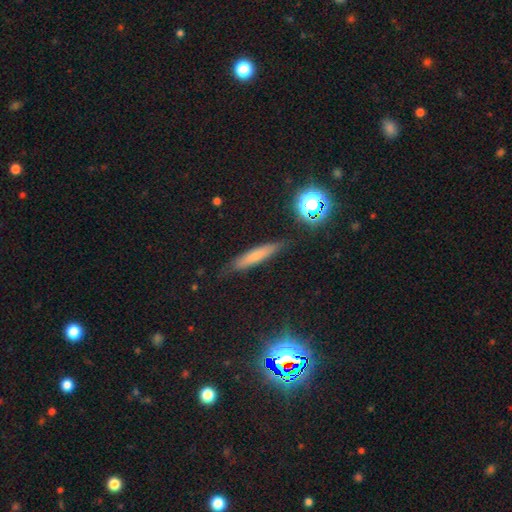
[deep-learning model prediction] A smooth galaxy with no disk features (61%) that is cigar-shaped (87%).

Vote fractions:
- Smooth or featured? smooth: 61% / featured or disk: 26% / star or artifact: 13%
- How rounded? cigar-shaped: 87% / in between: 10% / round: 3%
- Merging? none: 82% / minor disturbance: 13% / major disturbance: 3% / merger: 2%